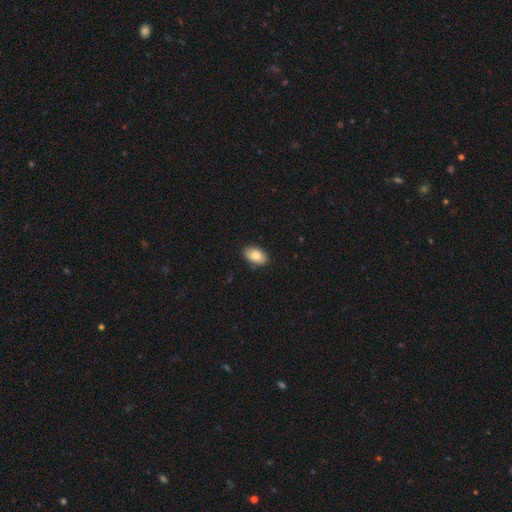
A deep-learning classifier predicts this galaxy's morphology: This appears to be a smooth galaxy with no disk features (84%) that is in between round and cigar-shaped (92%). Merging: none (88%).